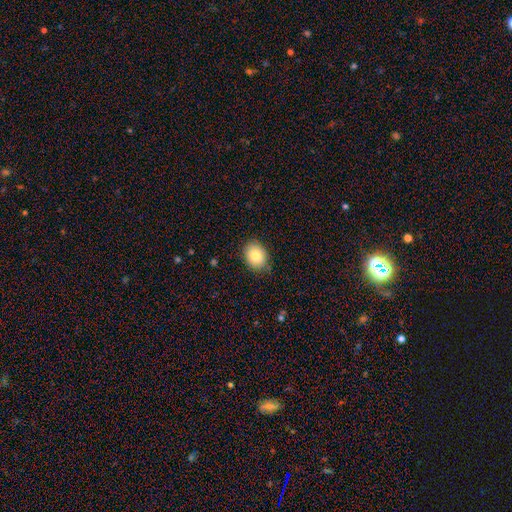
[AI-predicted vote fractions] Smooth or featured? Predicted: smooth (p=0.83). How rounded? Predicted: in between (p=0.62). Merging? Predicted: none (p=0.82).